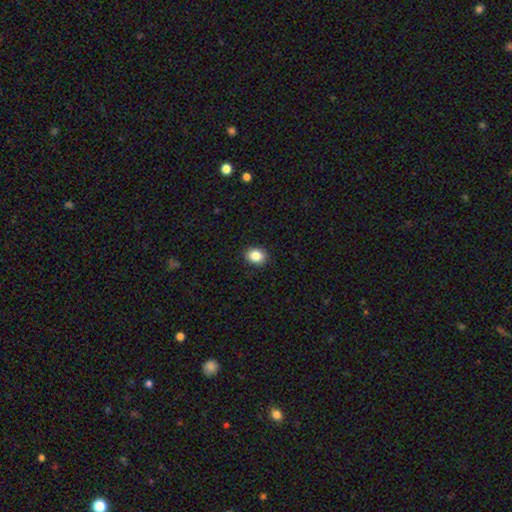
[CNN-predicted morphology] smooth_or_featured: smooth (p=0.85) [alt: star or artifact p=0.10]
how_rounded: round (p=0.50) [alt: in between p=0.49]
merging: none (p=0.90) [alt: minor disturbance p=0.07]